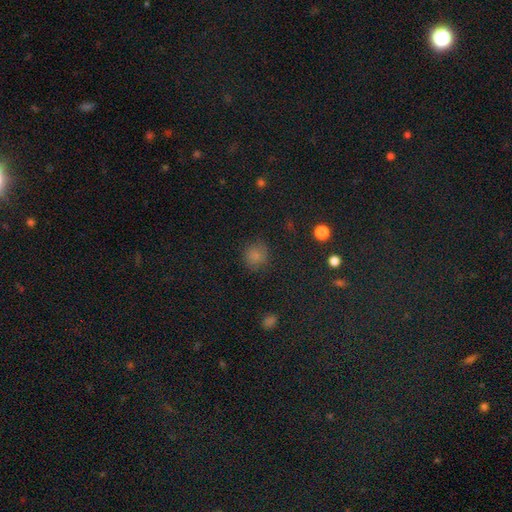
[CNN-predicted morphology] A smooth galaxy with no disk features (79%) that is round (86%). Merging: none (81%).